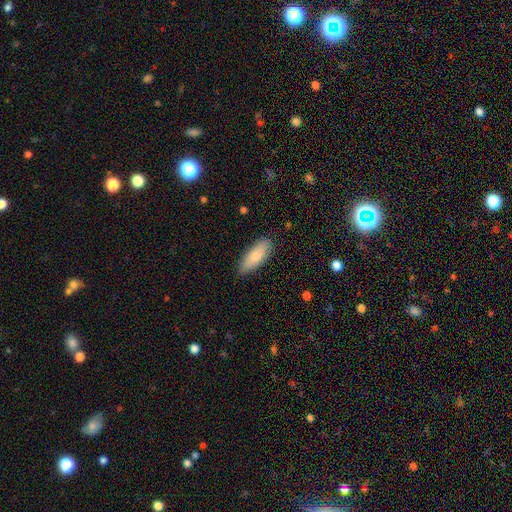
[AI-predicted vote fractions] smooth_or_featured: smooth (p=0.82) [alt: featured or disk p=0.13]
how_rounded: in between (p=0.70) [alt: cigar-shaped p=0.28]
merging: none (p=0.84) [alt: minor disturbance p=0.12]